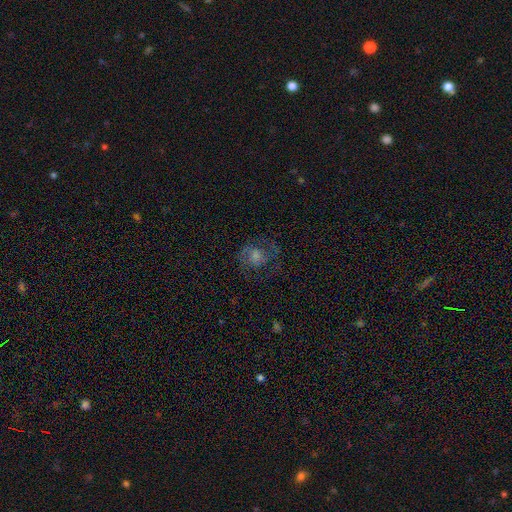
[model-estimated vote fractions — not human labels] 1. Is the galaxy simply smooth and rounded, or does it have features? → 55% featured or disk, 28% smooth, 17% star or artifact.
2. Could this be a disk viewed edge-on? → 97% no, 3% yes.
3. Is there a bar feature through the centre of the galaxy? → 70% no, 25% weak, 5% strong.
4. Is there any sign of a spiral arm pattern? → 78% yes, 22% no.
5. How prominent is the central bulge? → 43% moderate, 26% small, 17% large, 11% none, 3% dominant.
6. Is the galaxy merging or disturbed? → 68% none, 16% minor disturbance, 15% major disturbance, 1% merger.